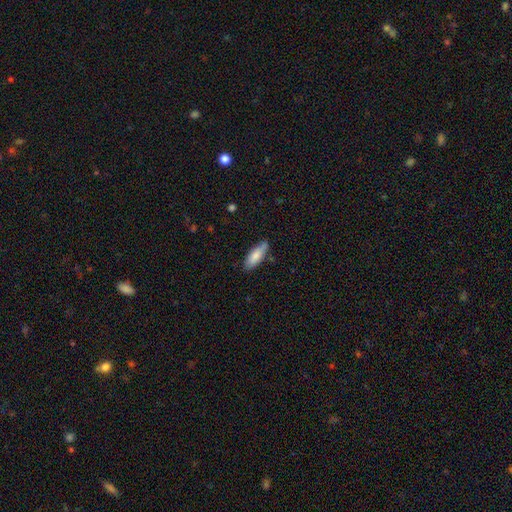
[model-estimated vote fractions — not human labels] Smooth or featured? smooth (81%)
How rounded? in between (63%)
Merging? none (76%)